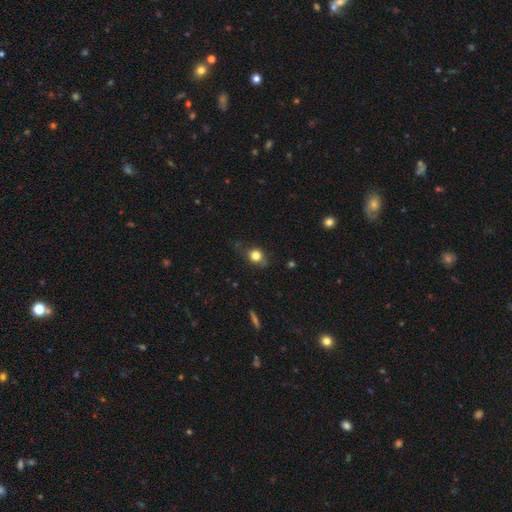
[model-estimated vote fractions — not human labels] Q: Smooth or featured?
A: smooth (78%); runner-up: featured or disk (12%)
Q: How rounded?
A: round (67%); runner-up: in between (31%)
Q: Merging?
A: none (66%); runner-up: minor disturbance (24%)